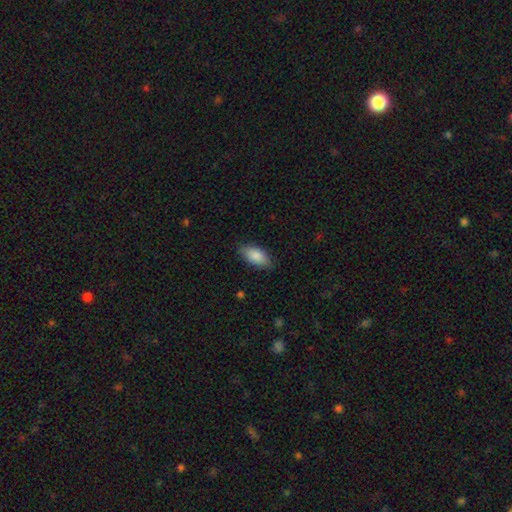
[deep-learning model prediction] smooth 88%, featured or disk 6%, star or artifact 6%. Down the decision tree: how rounded — in between (91%); merging — none (82%).